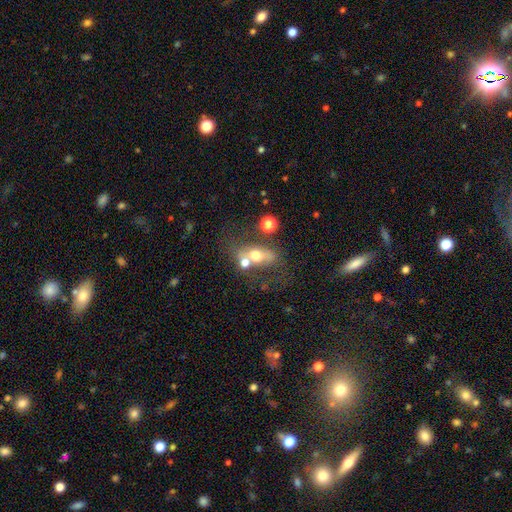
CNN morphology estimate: Smooth or featured? Predicted: smooth (p=0.53). How rounded? Predicted: in between (p=0.63). Merging? Predicted: none (p=0.39).